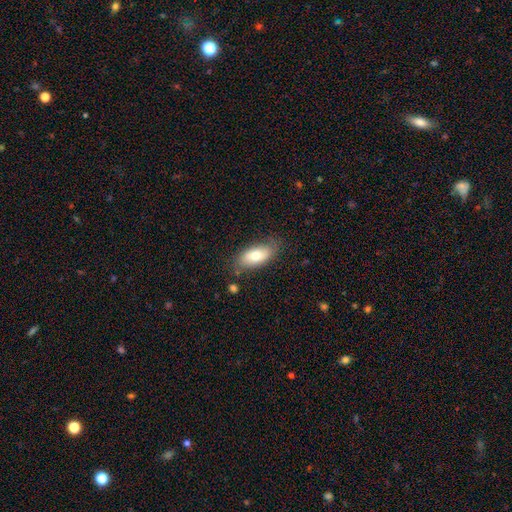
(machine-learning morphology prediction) A smooth galaxy with no disk features (72%) that is in between round and cigar-shaped (89%).

Vote fractions:
- Smooth or featured? smooth: 72% / featured or disk: 21% / star or artifact: 7%
- How rounded? in between: 89% / cigar-shaped: 8% / round: 3%
- Merging? none: 75% / minor disturbance: 18% / major disturbance: 5% / merger: 2%